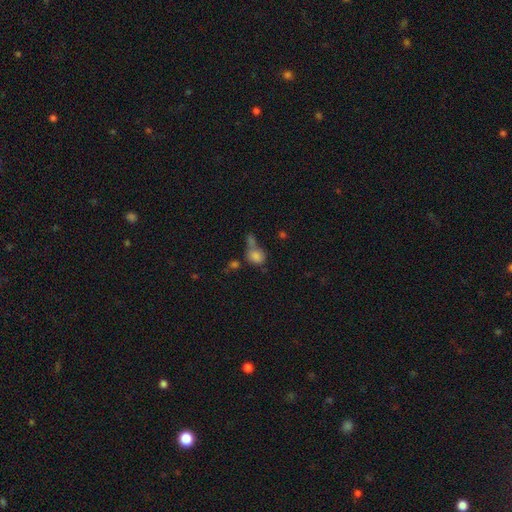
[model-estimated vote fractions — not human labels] Smooth or featured? smooth (80%)
How rounded? round (55%)
Merging? merger (43%)